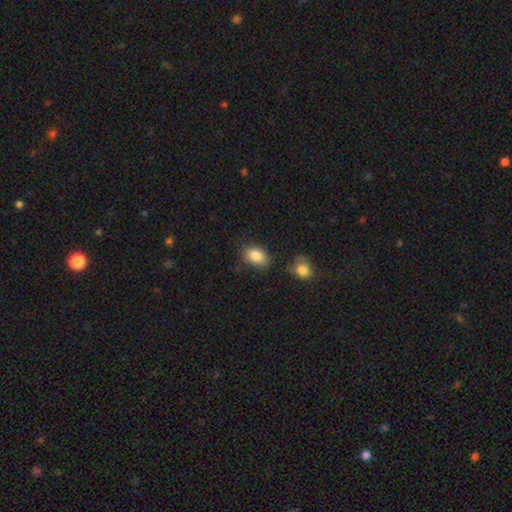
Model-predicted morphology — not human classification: A smooth galaxy with no disk features (85%) that is in between round and cigar-shaped (81%). Merging: none (68%).